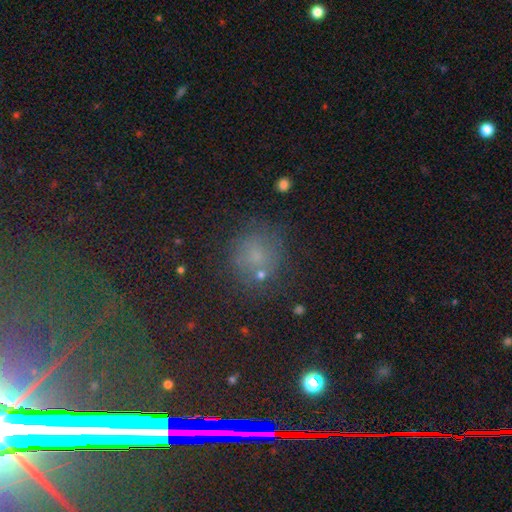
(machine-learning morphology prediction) The model was most divided on "smooth or featured": smooth: 61%, star or artifact: 28%, featured or disk: 12%. More confident: how rounded — round (84%); merging — none (70%).